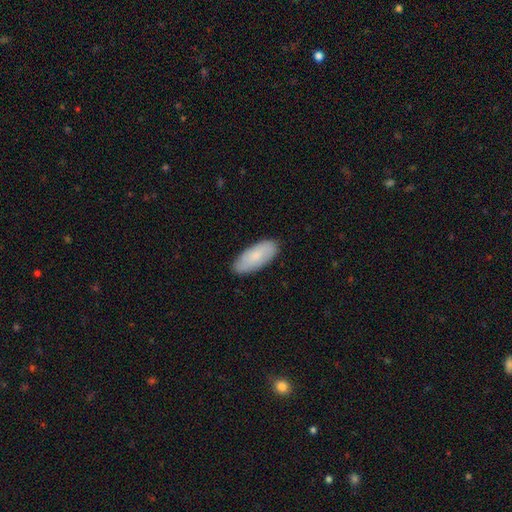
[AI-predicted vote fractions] smooth 80%, featured or disk 14%, star or artifact 6%. Down the decision tree: how rounded — in between (85%); merging — none (86%).